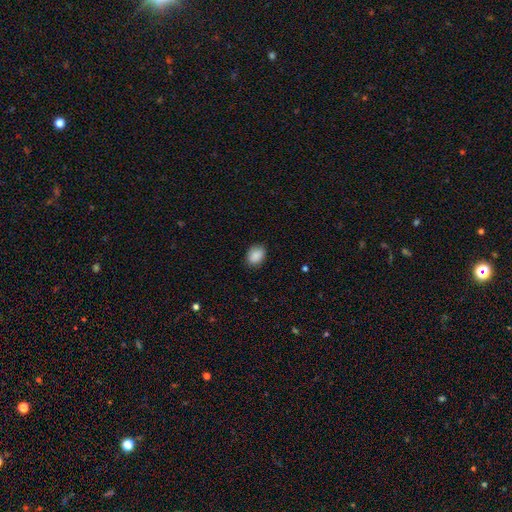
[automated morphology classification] The model was most divided on "how rounded": in between: 69%, round: 30%, cigar-shaped: 1%. More confident: smooth or featured — smooth (89%); merging — none (85%).